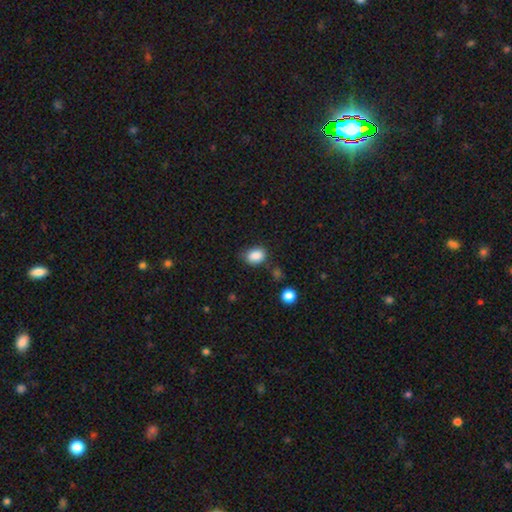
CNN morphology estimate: Smooth or featured? Predicted: smooth (p=0.87). How rounded? Predicted: in between (p=0.68). Merging? Predicted: none (p=0.70).